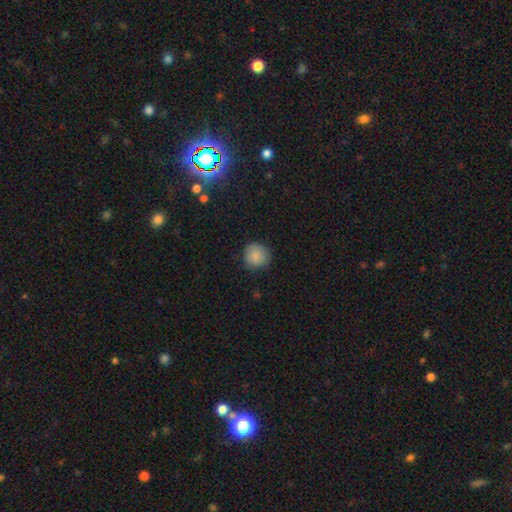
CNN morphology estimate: Smooth or featured? smooth (84%)
How rounded? round (93%)
Merging? none (82%)